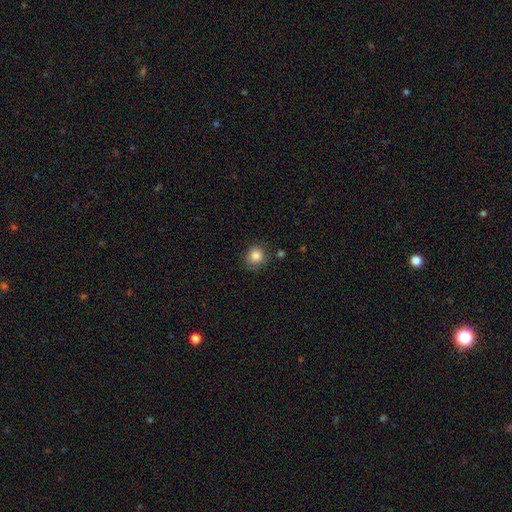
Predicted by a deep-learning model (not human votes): This appears to be a smooth galaxy with no disk features (85%) that is round (86%). Merging: none (79%).